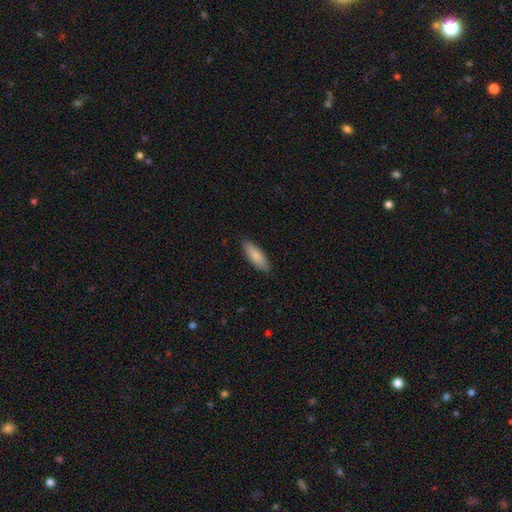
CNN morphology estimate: The model was most divided on "how rounded": in between: 62%, cigar-shaped: 36%, round: 2%. More confident: merging — none (86%); smooth or featured — smooth (84%).